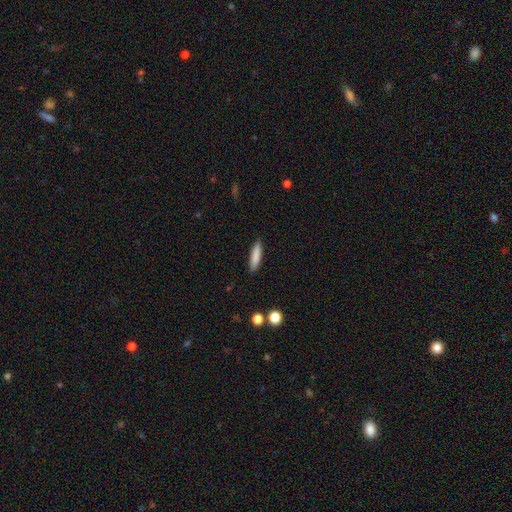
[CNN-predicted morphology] Overall: smooth (84%). How rounded: cigar-shaped (81%). Merging: none (89%).